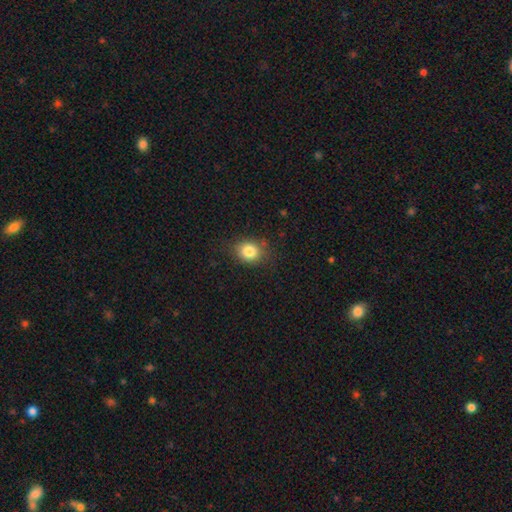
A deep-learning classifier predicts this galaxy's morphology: smooth 59%, star or artifact 32%, featured or disk 9%. Down the decision tree: how rounded — round (57%); merging — none (88%).